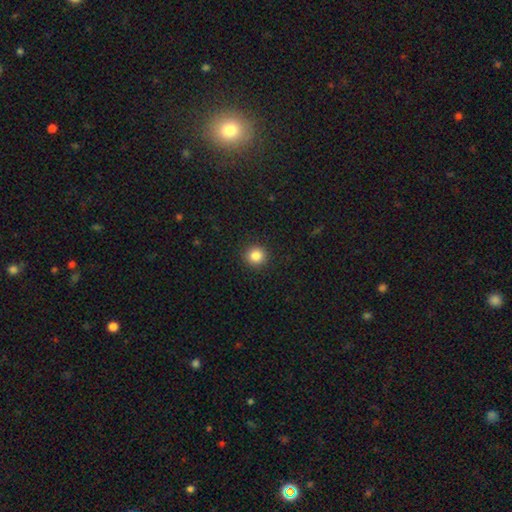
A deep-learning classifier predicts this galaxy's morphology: smooth_or_featured: smooth (p=0.85) [alt: star or artifact p=0.11]
how_rounded: round (p=0.93) [alt: in between p=0.06]
merging: none (p=0.92) [alt: minor disturbance p=0.05]